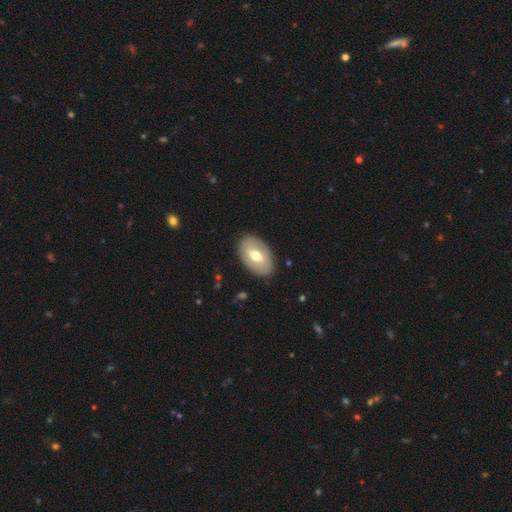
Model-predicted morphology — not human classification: Smooth or featured? smooth (60%)
How rounded? in between (91%)
Merging? none (87%)